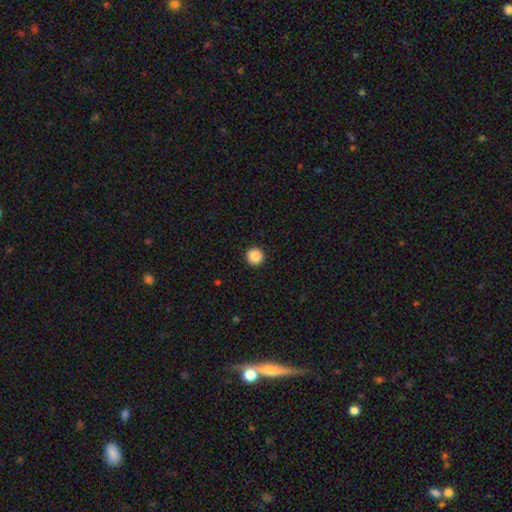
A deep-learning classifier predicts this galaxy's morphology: type=smooth (87%); roundness=round (96%); merging=none (93%).